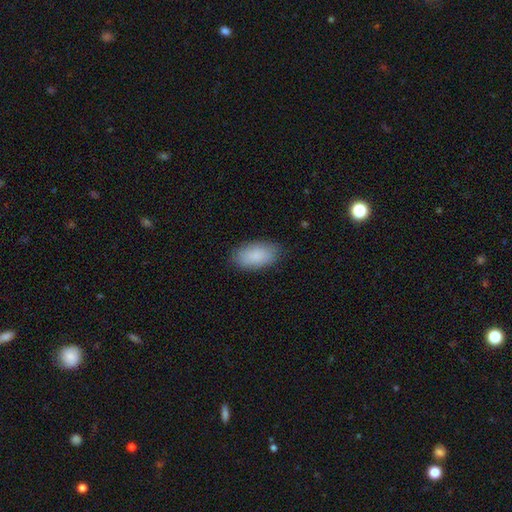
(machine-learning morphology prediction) smooth 88%, featured or disk 6%, star or artifact 6%. Down the decision tree: how rounded — in between (94%); merging — none (83%).